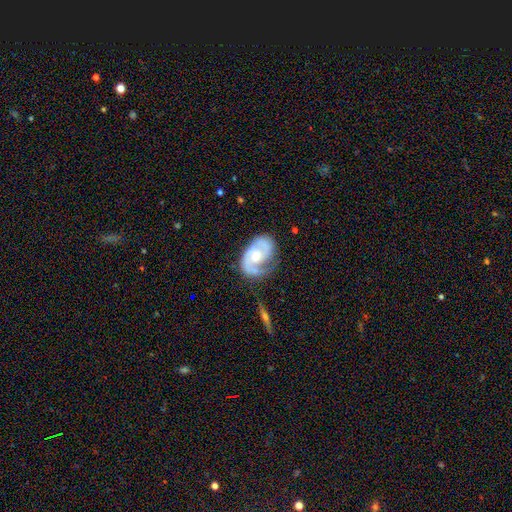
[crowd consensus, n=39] smooth_or_featured: featured or disk (p=0.87) [alt: smooth p=0.08]
disk_edge_on: no (p=1.00)
bar: no (p=0.68) [alt: weak p=0.26]
has_spiral_arms: yes (p=0.97) [alt: no p=0.03]
spiral_winding: tight (p=0.45) [tied with: medium p=0.45]
spiral_arm_count: 2 (p=0.94) [alt: 1 p=0.03]
bulge_size: moderate (p=0.59) [alt: small p=0.35]
merging: none (p=0.73) [alt: minor disturbance p=0.16]